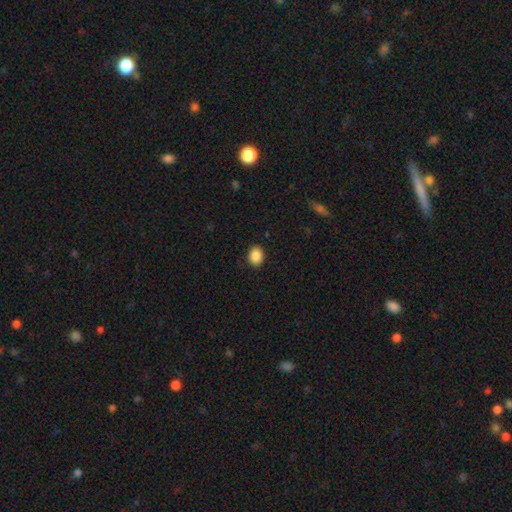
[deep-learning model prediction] Smooth or featured? smooth (88%)
How rounded? in between (57%)
Merging? none (90%)